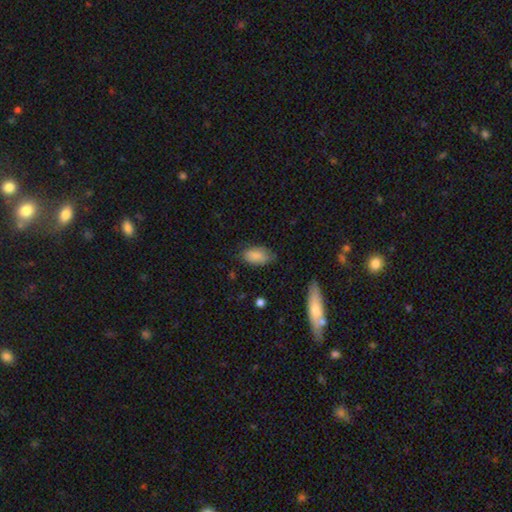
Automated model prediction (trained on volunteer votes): This is clearly a smooth galaxy (85%). How rounded: clearly in between (93%). Merging: likely none (69%).